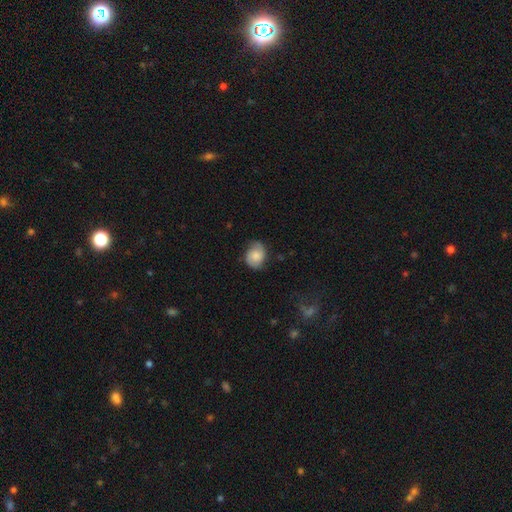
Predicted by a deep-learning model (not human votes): This appears to be a smooth galaxy with no disk features (62%) that is in between round and cigar-shaped (51%). Merging: none (68%).